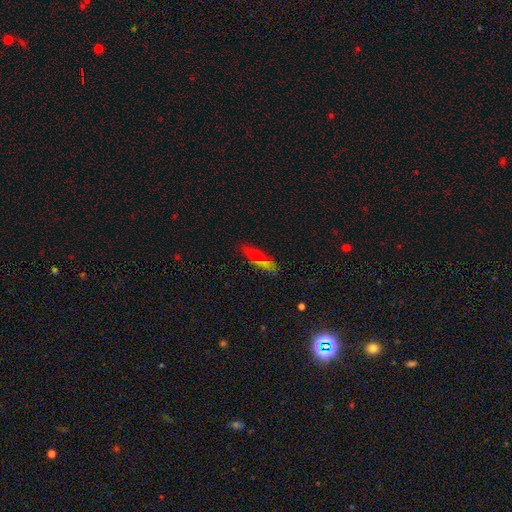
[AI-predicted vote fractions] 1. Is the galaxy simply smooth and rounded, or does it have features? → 54% smooth, 27% featured or disk, 19% star or artifact.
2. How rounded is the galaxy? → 73% cigar-shaped, 23% in between, 4% round.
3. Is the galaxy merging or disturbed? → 74% none, 16% minor disturbance, 6% major disturbance, 5% merger.